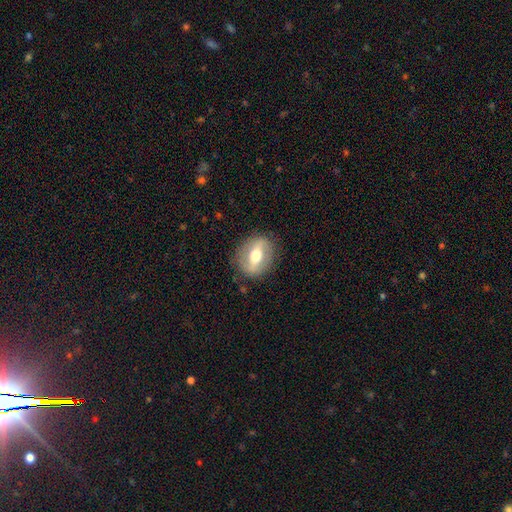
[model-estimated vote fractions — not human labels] Smooth or featured: featured or disk — 56% (smooth — 38%)
Edge-on disk: no — 79% (yes — 21%)
Merging: none — 82% (minor disturbance — 12%)